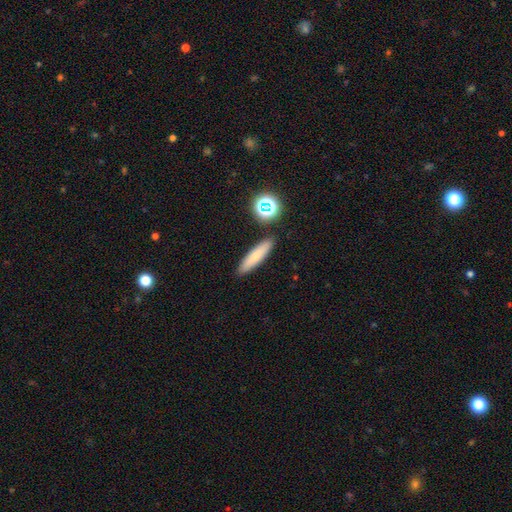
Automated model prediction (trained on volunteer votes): Overall: smooth (76%). How rounded: cigar-shaped (81%). Merging: none (88%).